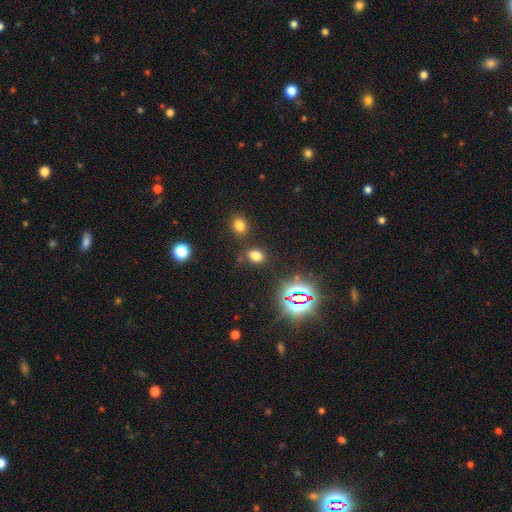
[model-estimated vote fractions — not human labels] This appears to be a smooth galaxy with no disk features (69%) that is in between round and cigar-shaped (69%). Merging: none (80%).